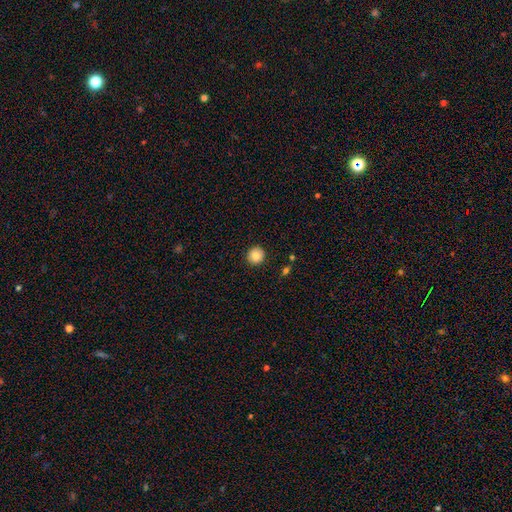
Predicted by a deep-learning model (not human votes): The model was most divided on "smooth or featured": smooth: 86%, star or artifact: 9%, featured or disk: 5%. More confident: how rounded — round (93%); merging — none (92%).